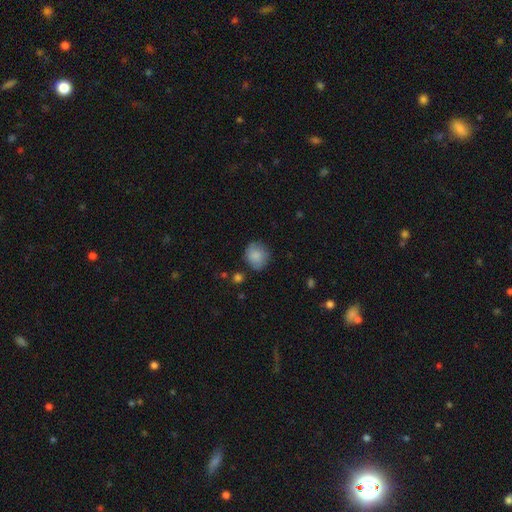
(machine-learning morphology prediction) A smooth galaxy with no disk features (85%) that is round (76%). Merging: none (74%).